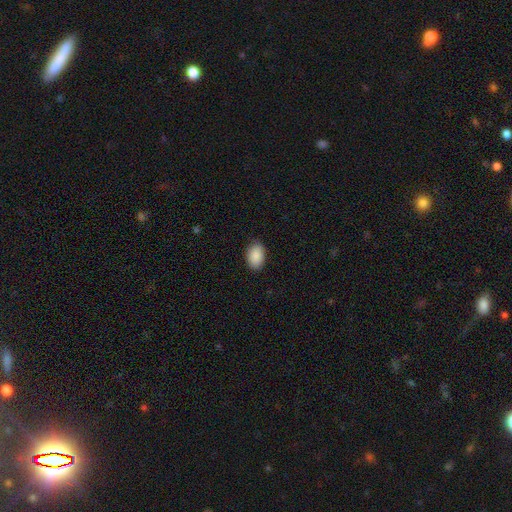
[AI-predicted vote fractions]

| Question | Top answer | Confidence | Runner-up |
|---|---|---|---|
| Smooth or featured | smooth | 89% | star or artifact (7%) |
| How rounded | in between | 89% | round (10%) |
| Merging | none | 87% | minor disturbance (10%) |